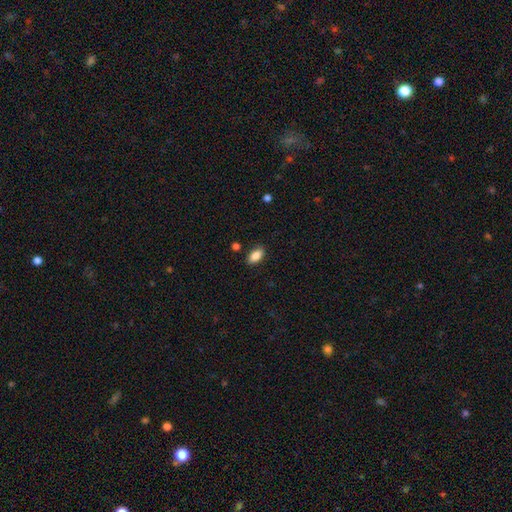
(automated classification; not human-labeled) Smooth or featured? smooth (87%)
How rounded? in between (92%)
Merging? none (85%)